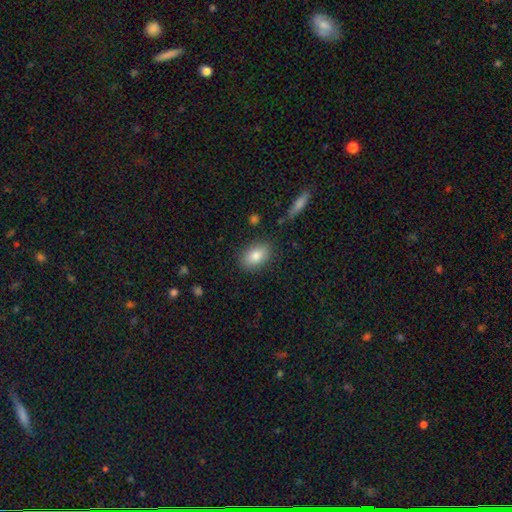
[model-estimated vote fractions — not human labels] Smooth or featured?
  - smooth: 83% *
  - featured or disk: 10%
  - star or artifact: 8%
How rounded?
  - in between: 84% *
  - round: 14%
  - cigar-shaped: 2%
Merging?
  - none: 85% *
  - minor disturbance: 11%
  - major disturbance: 3%
  - merger: 2%